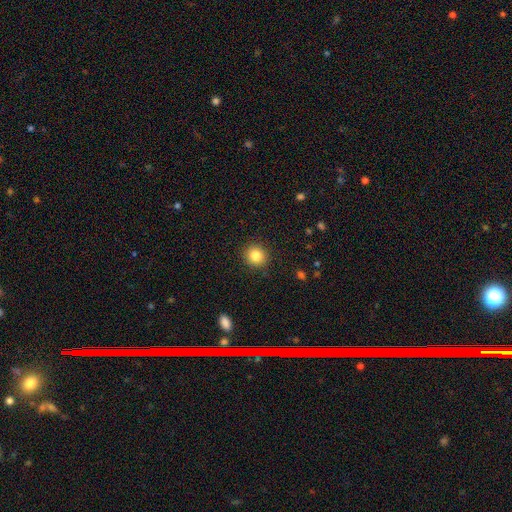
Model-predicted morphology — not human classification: Smooth or featured? Predicted: smooth (p=0.84). How rounded? Predicted: round (p=0.91). Merging? Predicted: none (p=0.91).